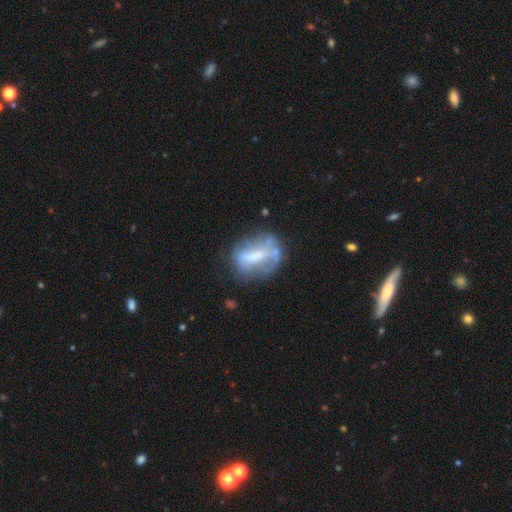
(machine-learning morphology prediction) Smooth or featured?
  - featured or disk: 55% *
  - smooth: 35%
  - star or artifact: 11%
Edge-on disk?
  - no: 92% *
  - yes: 8%
Bar?
  - no: 37% *
  - strong: 33%
  - weak: 29%
Spiral arms?
  - no: 80% *
  - yes: 20%
Bulge size?
  - moderate: 37% *
  - none: 28%
  - small: 22%
  - large: 11%
  - dominant: 2%
Merging?
  - none: 45% *
  - minor disturbance: 23%
  - major disturbance: 21%
  - merger: 11%